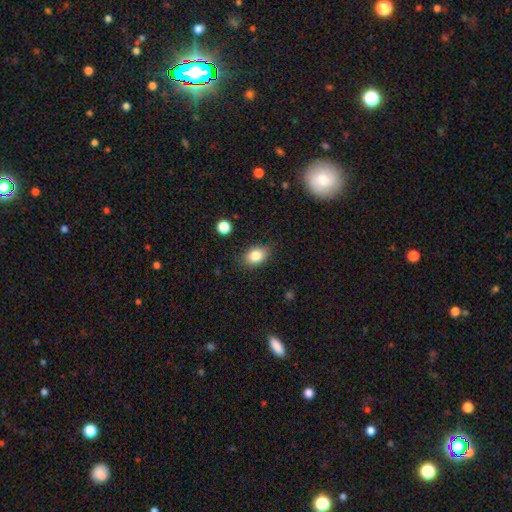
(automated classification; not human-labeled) The model was most divided on "how rounded": in between: 81%, round: 18%, cigar-shaped: 2%. More confident: smooth or featured — smooth (83%); merging — none (81%).